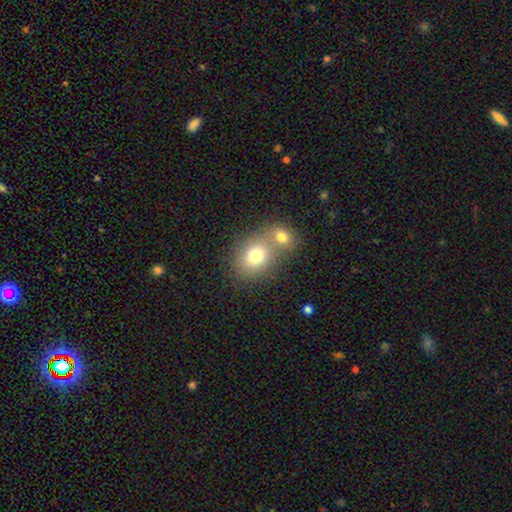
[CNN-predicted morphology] type=smooth (75%); roundness=round (53%); merging=merger (53%).